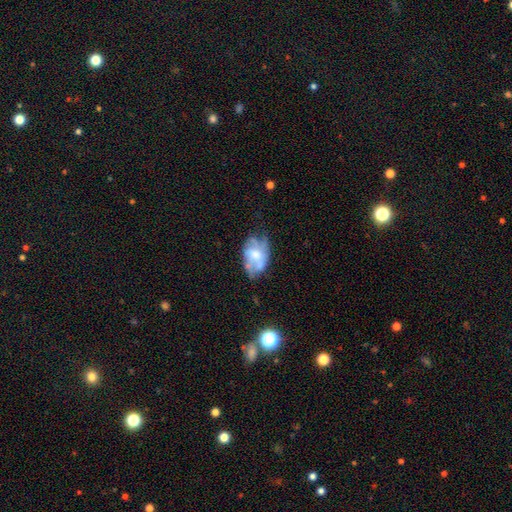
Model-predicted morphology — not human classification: featured or disk 59%, smooth 33%, star or artifact 8%. Down the decision tree: edge-on disk — no (96%); bar — no (63%); spiral arms — no (52%); bulge size — moderate (48%); merging — none (40%).